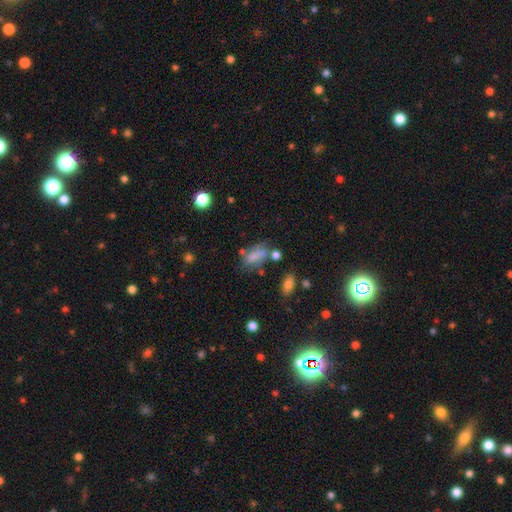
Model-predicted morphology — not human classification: Q: Smooth or featured?
A: smooth (68%); runner-up: featured or disk (20%)
Q: How rounded?
A: in between (78%); runner-up: cigar-shaped (15%)
Q: Merging?
A: none (47%); runner-up: minor disturbance (24%)